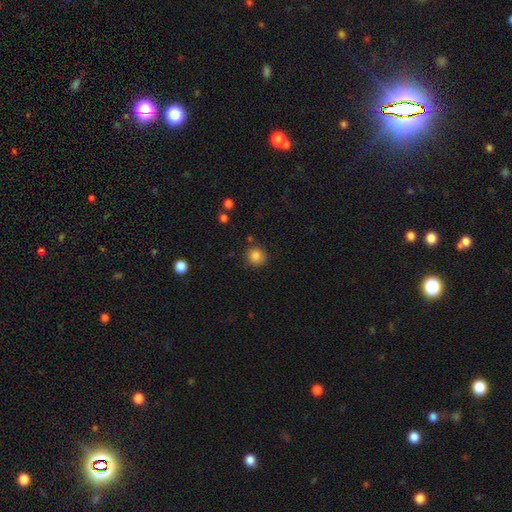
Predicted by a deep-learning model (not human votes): This is clearly a smooth galaxy (84%). How rounded: clearly round (90%). Merging: clearly none (86%).